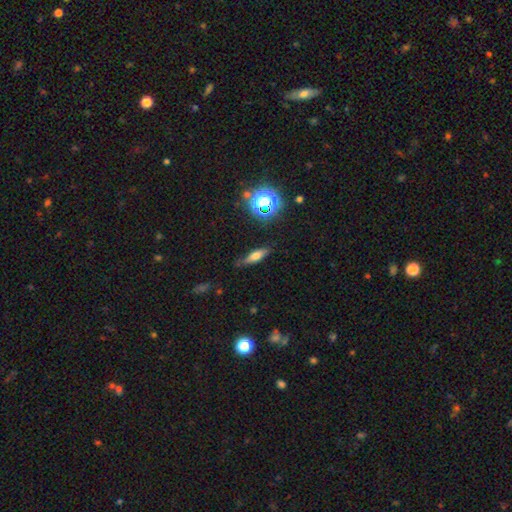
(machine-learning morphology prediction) smooth 57%, featured or disk 28%, star or artifact 14%. Down the decision tree: how rounded — cigar-shaped (57%); merging — none (79%).